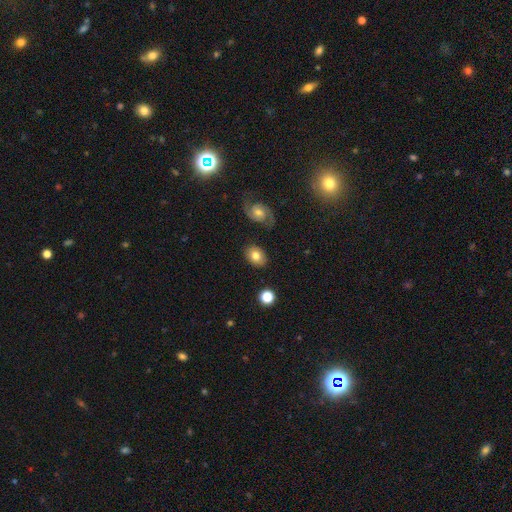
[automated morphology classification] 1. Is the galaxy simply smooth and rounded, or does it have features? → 74% smooth, 18% featured or disk, 8% star or artifact.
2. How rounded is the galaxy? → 71% in between, 28% round, 1% cigar-shaped.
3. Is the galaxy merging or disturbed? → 83% none, 11% minor disturbance, 3% merger, 3% major disturbance.